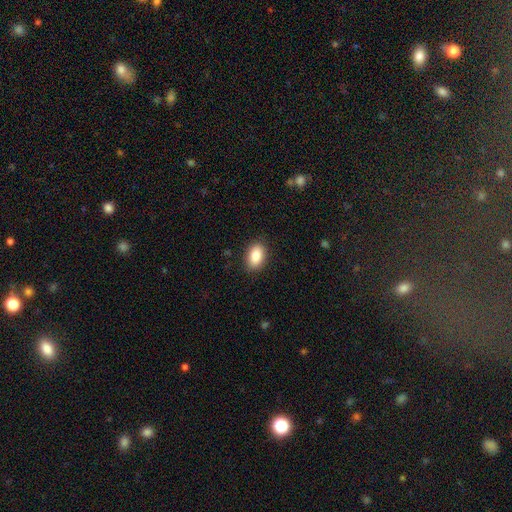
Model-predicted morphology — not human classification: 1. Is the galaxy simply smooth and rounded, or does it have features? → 87% smooth, 7% star or artifact, 5% featured or disk.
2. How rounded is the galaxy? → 90% in between, 8% round, 2% cigar-shaped.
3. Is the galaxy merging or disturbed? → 88% none, 9% minor disturbance, 2% major disturbance, 1% merger.